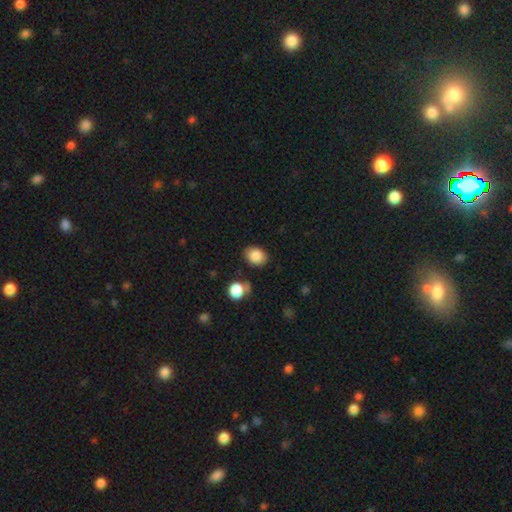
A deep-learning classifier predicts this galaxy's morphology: Q: Smooth or featured?
A: smooth (86%); runner-up: star or artifact (9%)
Q: How rounded?
A: in between (61%); runner-up: round (38%)
Q: Merging?
A: none (79%); runner-up: minor disturbance (13%)